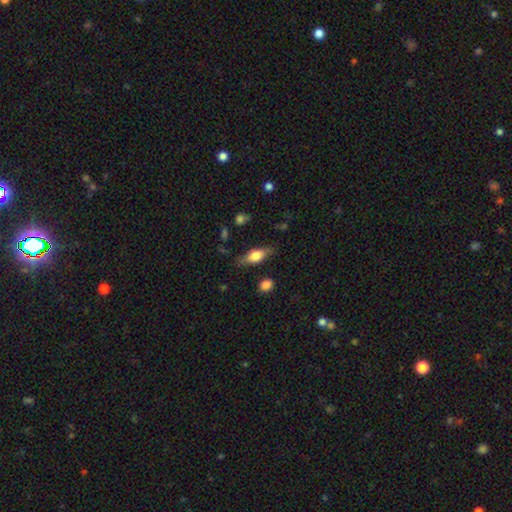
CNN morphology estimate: A smooth galaxy with no disk features (67%) that is in between round and cigar-shaped (76%). Merging: none (74%).